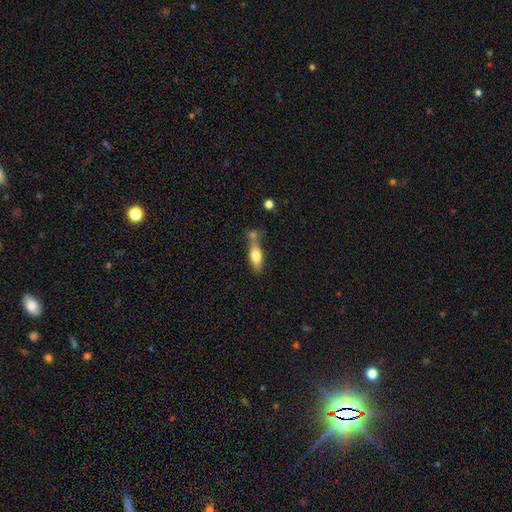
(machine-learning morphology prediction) Smooth or featured: smooth — 64% (featured or disk — 29%)
How rounded: in between — 59% (cigar-shaped — 38%)
Merging: none — 44% (merger — 30%)